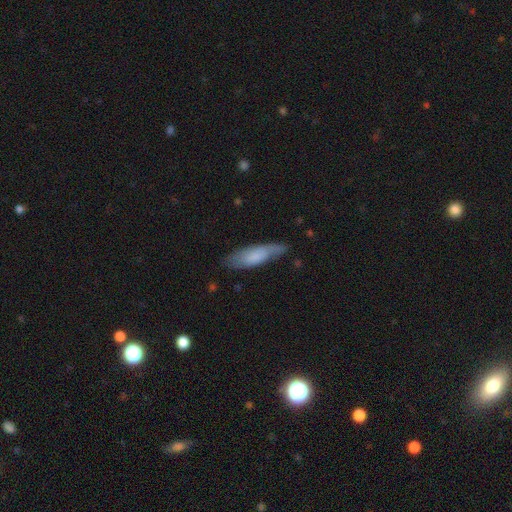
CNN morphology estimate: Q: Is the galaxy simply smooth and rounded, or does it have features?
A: smooth — 69%.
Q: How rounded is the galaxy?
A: cigar-shaped — 56%.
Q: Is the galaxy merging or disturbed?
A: none — 65%.